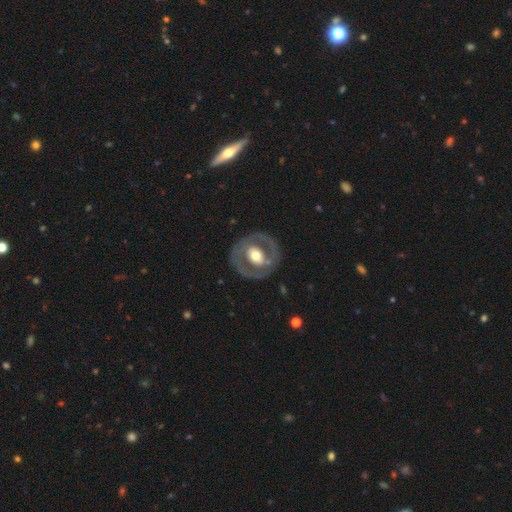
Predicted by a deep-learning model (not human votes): Overall: featured or disk (66%; smooth 30%). Edge-on disk: no (96%). Bar: no (56%; weak 27%). Spiral arms: no (67%; yes 33%). Bulge size: moderate (61%; large 29%). Merging: none (79%).